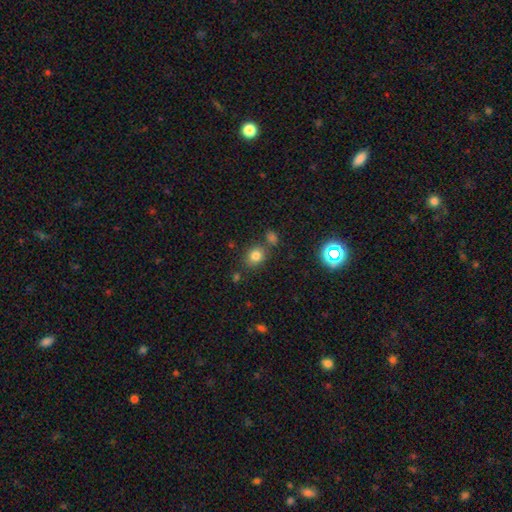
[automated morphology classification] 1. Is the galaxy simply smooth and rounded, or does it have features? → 79% smooth, 14% star or artifact, 7% featured or disk.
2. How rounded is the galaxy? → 61% round, 38% in between, 1% cigar-shaped.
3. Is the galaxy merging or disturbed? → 71% none, 12% minor disturbance, 12% merger, 4% major disturbance.